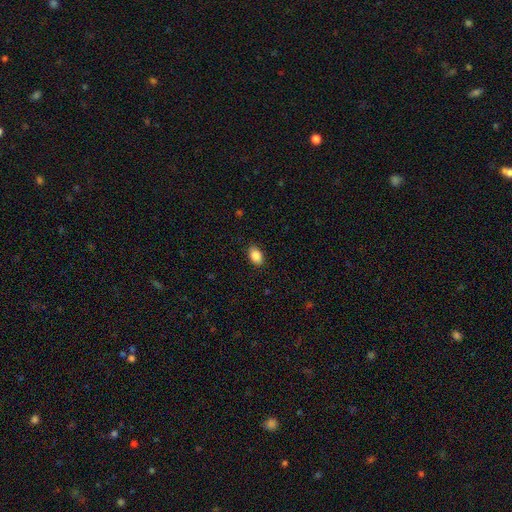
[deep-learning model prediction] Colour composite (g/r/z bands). It shows a smooth galaxy with no disk features (87%) that is in between round and cigar-shaped (87%). Merging: none (88%).